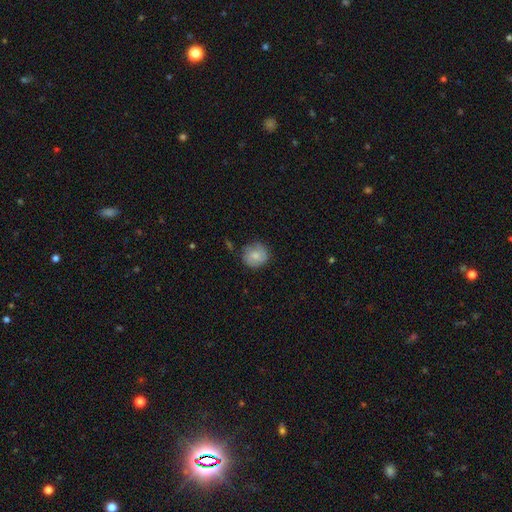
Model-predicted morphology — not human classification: Overall: smooth (74%). How rounded: round (86%). Merging: none (70%).